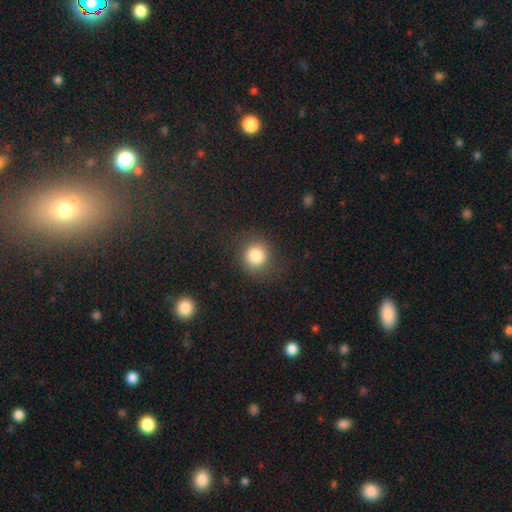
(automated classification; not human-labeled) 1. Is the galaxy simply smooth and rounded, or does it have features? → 83% smooth, 11% star or artifact, 6% featured or disk.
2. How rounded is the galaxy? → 88% round, 11% in between, 1% cigar-shaped.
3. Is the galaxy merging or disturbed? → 82% none, 11% minor disturbance, 5% major disturbance, 1% merger.